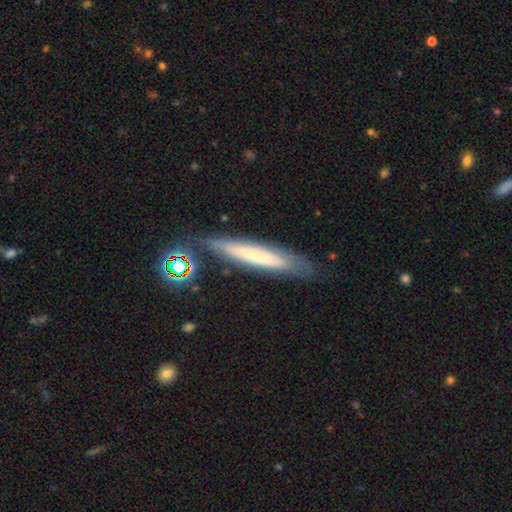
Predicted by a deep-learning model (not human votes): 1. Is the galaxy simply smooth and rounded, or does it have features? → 52% smooth, 38% featured or disk, 9% star or artifact.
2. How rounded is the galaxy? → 91% cigar-shaped, 7% in between, 2% round.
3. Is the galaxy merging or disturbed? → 78% none, 14% minor disturbance, 4% major disturbance, 4% merger.